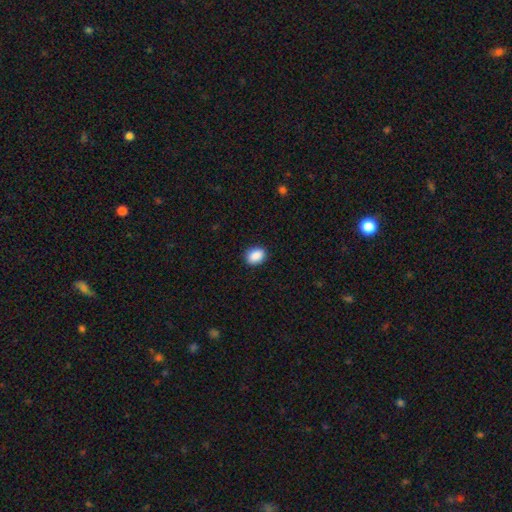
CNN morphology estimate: Smooth or featured? smooth (90%)
How rounded? in between (67%)
Merging? none (89%)